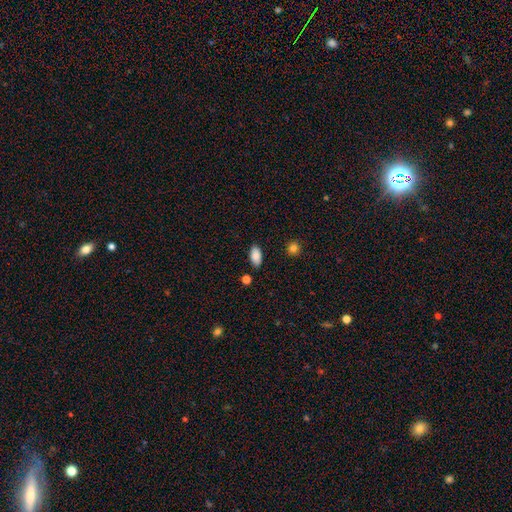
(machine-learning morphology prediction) Smooth or featured: smooth — 87% (star or artifact — 7%)
How rounded: in between — 92% (cigar-shaped — 5%)
Merging: none — 86% (minor disturbance — 10%)